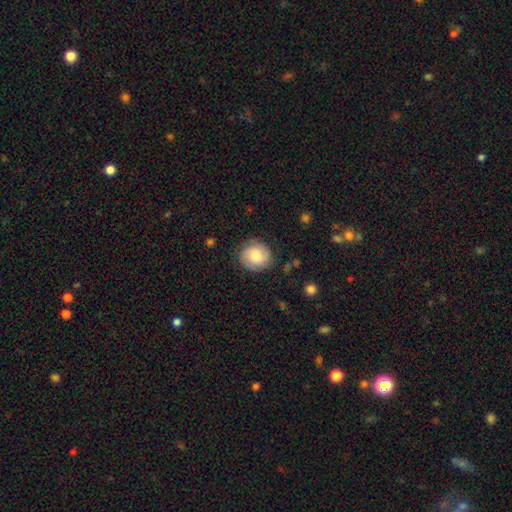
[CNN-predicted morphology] smooth_or_featured: smooth (p=0.72) [alt: featured or disk p=0.20]
how_rounded: round (p=0.79) [alt: in between p=0.20]
merging: none (p=0.82) [alt: minor disturbance p=0.13]